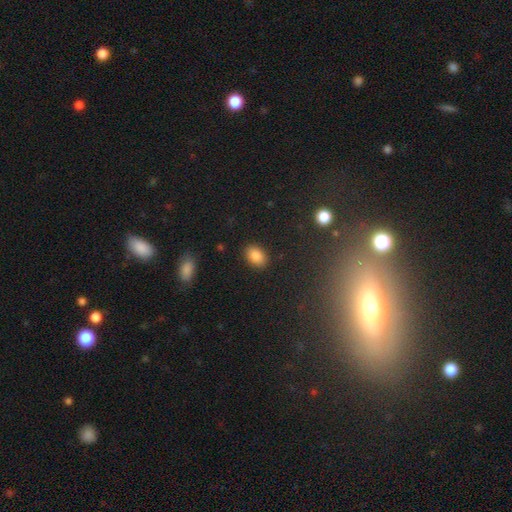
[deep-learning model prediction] Smooth or featured: smooth — 87% (star or artifact — 9%)
How rounded: in between — 82% (round — 17%)
Merging: none — 87% (minor disturbance — 9%)